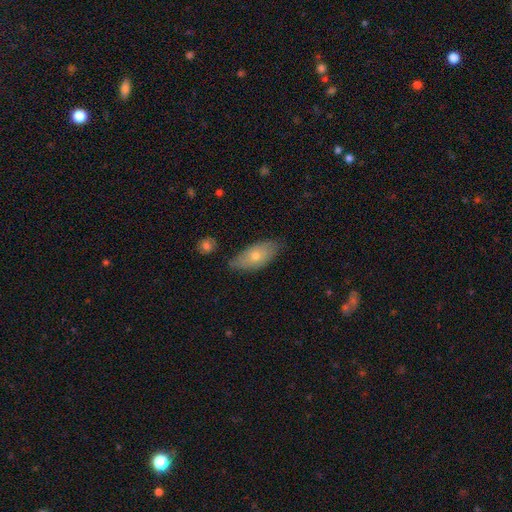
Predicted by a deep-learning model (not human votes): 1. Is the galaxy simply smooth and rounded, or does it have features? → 60% smooth, 32% featured or disk, 7% star or artifact.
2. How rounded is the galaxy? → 84% in between, 12% cigar-shaped, 4% round.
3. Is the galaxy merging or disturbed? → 74% none, 20% minor disturbance, 3% major disturbance, 2% merger.